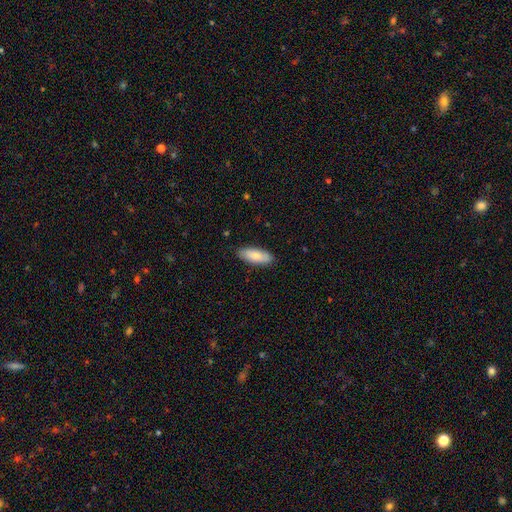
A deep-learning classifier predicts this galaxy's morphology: smooth_or_featured: smooth (p=0.78) [alt: featured or disk p=0.16]
how_rounded: in between (p=0.77) [alt: cigar-shaped p=0.21]
merging: none (p=0.86) [alt: minor disturbance p=0.11]